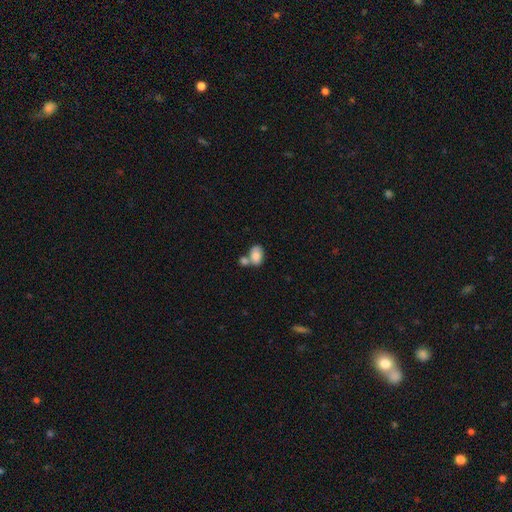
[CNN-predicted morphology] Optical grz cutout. It shows a smooth galaxy with no disk features (82%) that is in between round and cigar-shaped (87%). Merging: merger (44%).